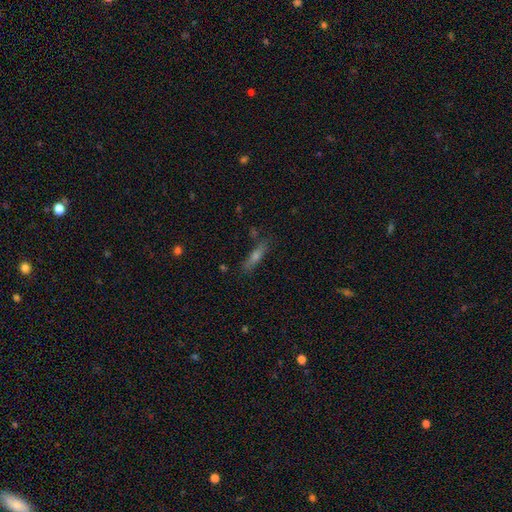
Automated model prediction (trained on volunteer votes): This appears to be a smooth galaxy with no disk features (46%). Merging: none (81%).